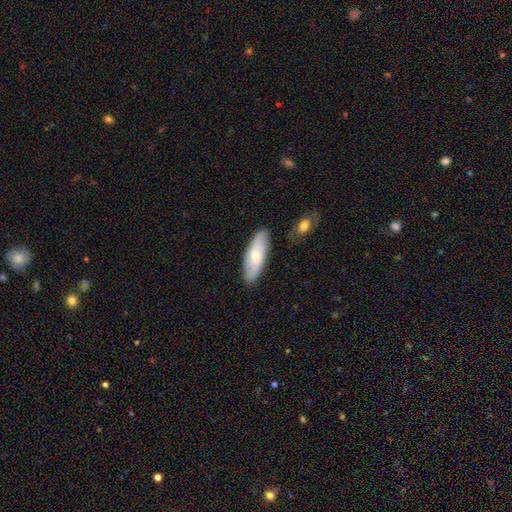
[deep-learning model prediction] smooth_or_featured: smooth (p=0.51) [alt: featured or disk p=0.43]
how_rounded: in between (p=0.68) [alt: cigar-shaped p=0.29]
merging: none (p=0.83) [alt: minor disturbance p=0.13]